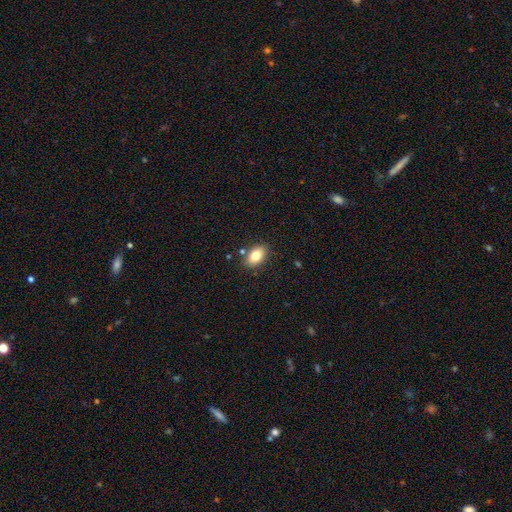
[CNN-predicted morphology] type=smooth (81%); roundness=in between (89%); merging=none (83%).